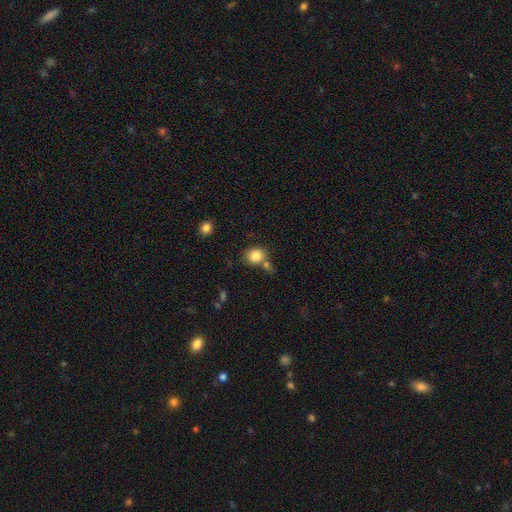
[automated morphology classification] Smooth or featured? smooth (85%)
How rounded? round (69%)
Merging? none (58%)